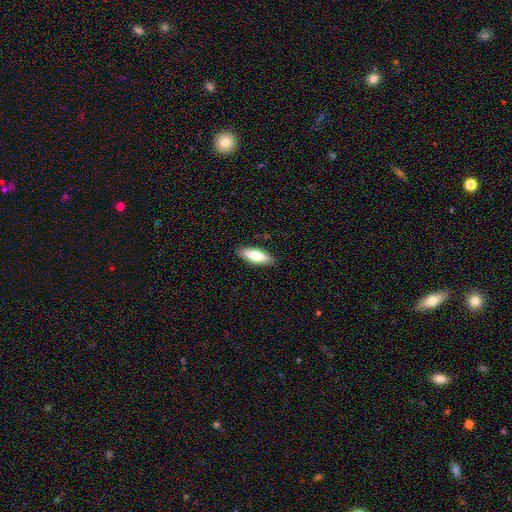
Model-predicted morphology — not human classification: smooth_or_featured: smooth (p=0.75) [alt: featured or disk p=0.19]
how_rounded: in between (p=0.56) [alt: cigar-shaped p=0.43]
merging: none (p=0.89) [alt: minor disturbance p=0.09]